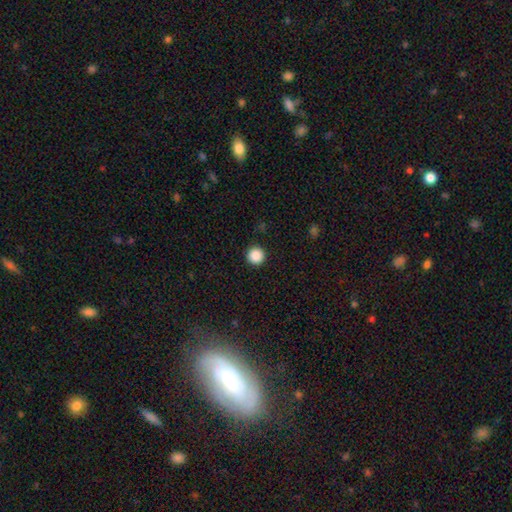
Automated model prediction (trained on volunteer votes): Smooth or featured: smooth — 88% (star or artifact — 10%)
How rounded: round — 96% (in between — 3%)
Merging: none — 93% (minor disturbance — 5%)